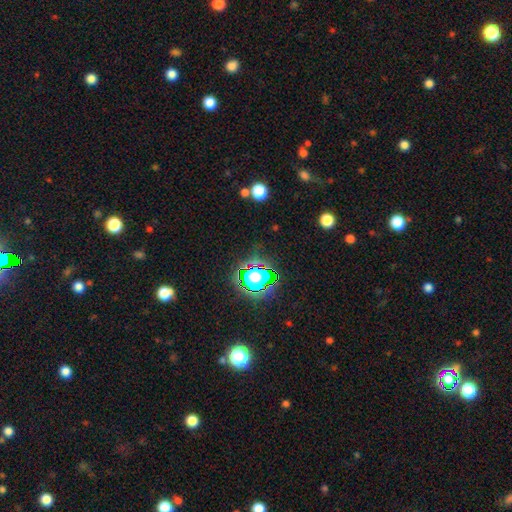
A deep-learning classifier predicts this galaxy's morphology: This appears to be a star or artifact, not a galaxy (76%).